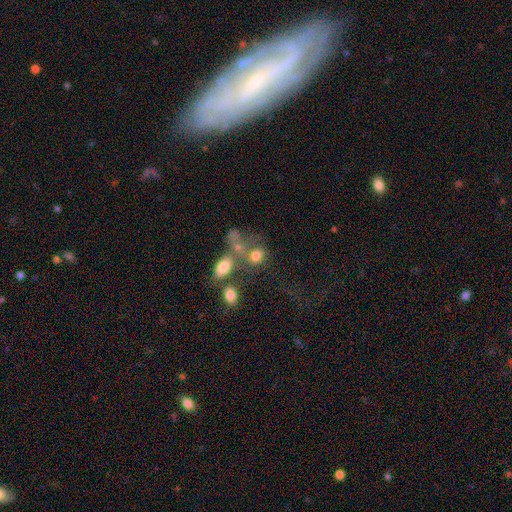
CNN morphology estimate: A smooth galaxy with no disk features (72%) that is in between round and cigar-shaped (52%).

Vote fractions:
- Smooth or featured? smooth: 72% / featured or disk: 16% / star or artifact: 13%
- How rounded? in between: 52% / round: 45% / cigar-shaped: 2%
- Merging? merger: 39% / none: 32% / major disturbance: 17% / minor disturbance: 12%